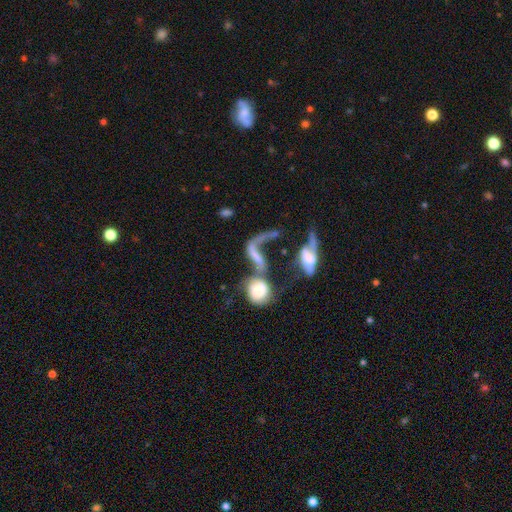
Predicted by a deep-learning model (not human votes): Smooth or featured? featured or disk (61%)
Edge-on disk? no (91%)
Bar? no (57%)
Spiral arms? yes (66%)
Bulge size? none (38%)
Merging? merger (61%)